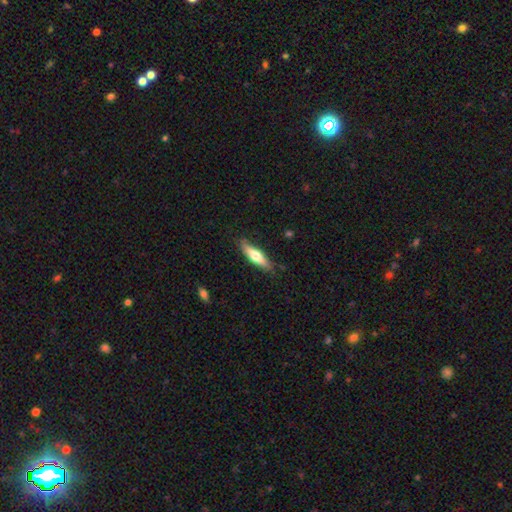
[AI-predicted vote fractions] smooth 55%, featured or disk 40%, star or artifact 6%. Down the decision tree: how rounded — cigar-shaped (68%); merging — none (83%).